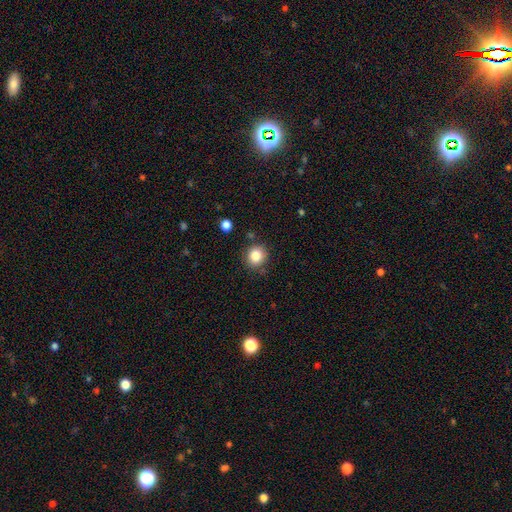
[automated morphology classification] This is clearly a smooth galaxy (84%). How rounded: clearly round (85%). Merging: clearly none (83%).